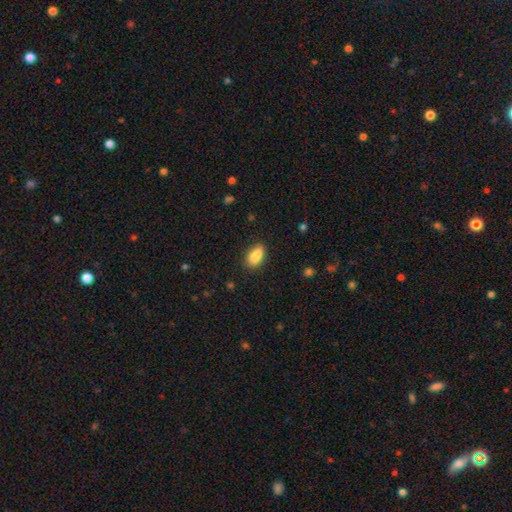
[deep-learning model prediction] smooth 87%, star or artifact 8%, featured or disk 5%. Down the decision tree: how rounded — in between (89%); merging — none (78%).